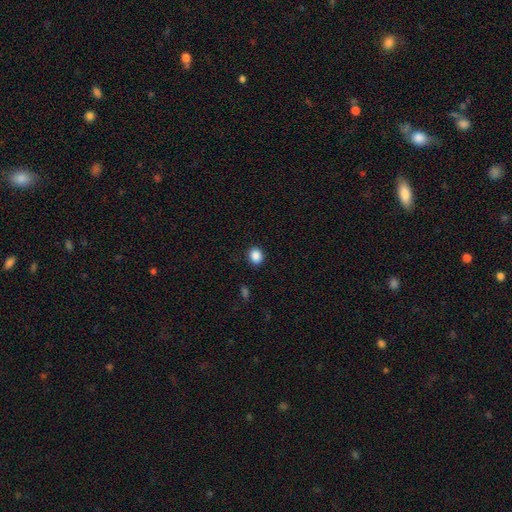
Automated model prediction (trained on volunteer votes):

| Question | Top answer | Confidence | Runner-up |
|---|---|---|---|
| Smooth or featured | smooth | 88% | star or artifact (9%) |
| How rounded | round | 61% | in between (38%) |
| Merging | none | 90% | minor disturbance (7%) |